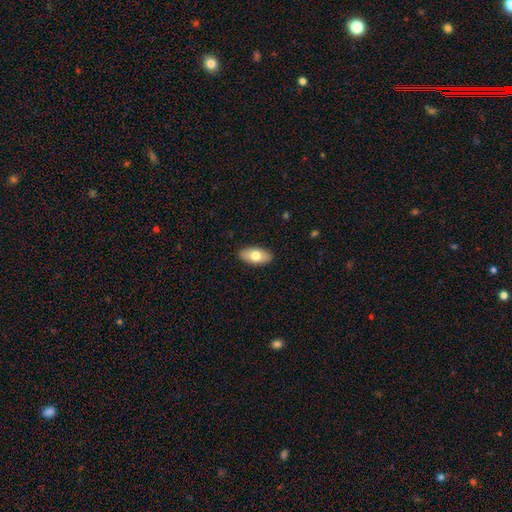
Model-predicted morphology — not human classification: smooth-or-featured: smooth: 74% | featured or disk: 20% | star or artifact: 6%
  how-rounded: in between: 91% | cigar-shaped: 6% | round: 3%
  merging: none: 89% | minor disturbance: 8% | major disturbance: 2% | merger: 1%